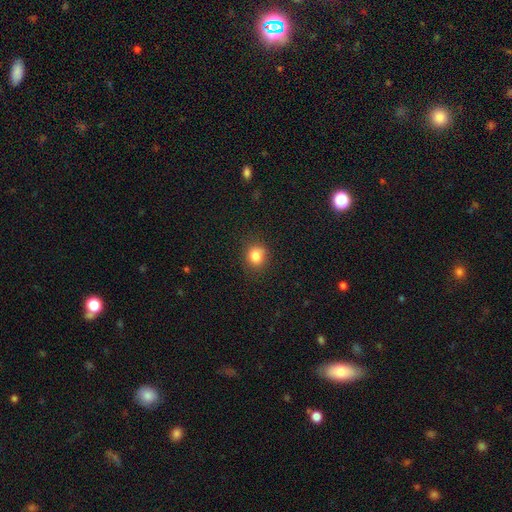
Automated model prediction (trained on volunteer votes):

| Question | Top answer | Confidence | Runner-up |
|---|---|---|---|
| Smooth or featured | smooth | 83% | star or artifact (11%) |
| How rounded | round | 76% | in between (23%) |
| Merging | none | 83% | minor disturbance (12%) |